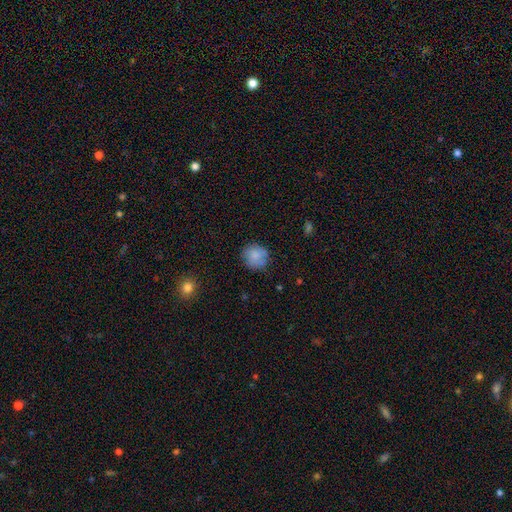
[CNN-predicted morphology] smooth 82%, featured or disk 9%, star or artifact 8%. Down the decision tree: how rounded — round (86%); merging — none (77%).